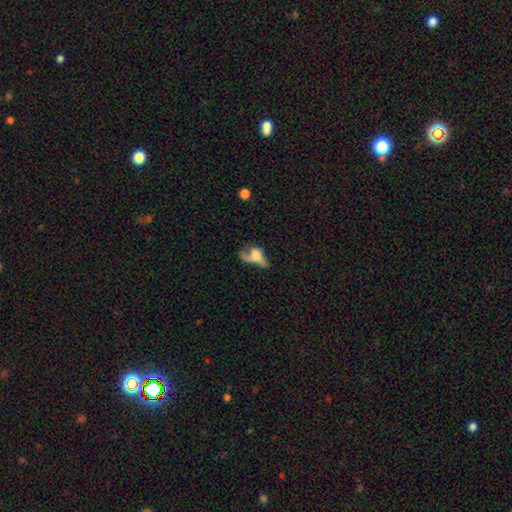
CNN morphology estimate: A smooth galaxy with no disk features (46%). Merging: major disturbance (47%).